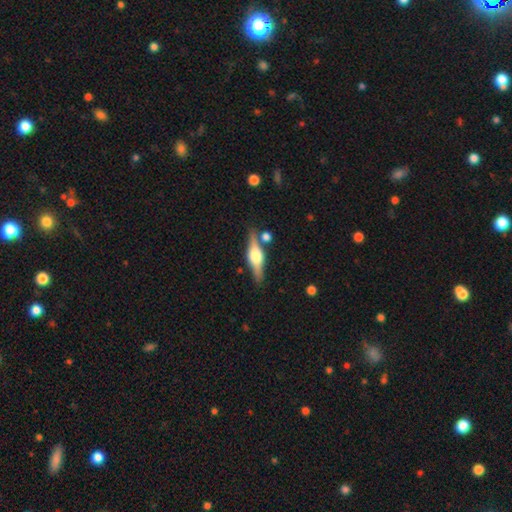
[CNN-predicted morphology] Overall: featured or disk (73%). Edge-on disk: yes (96%). Edge-on bulge: rounded (91%). Merging: none (81%).